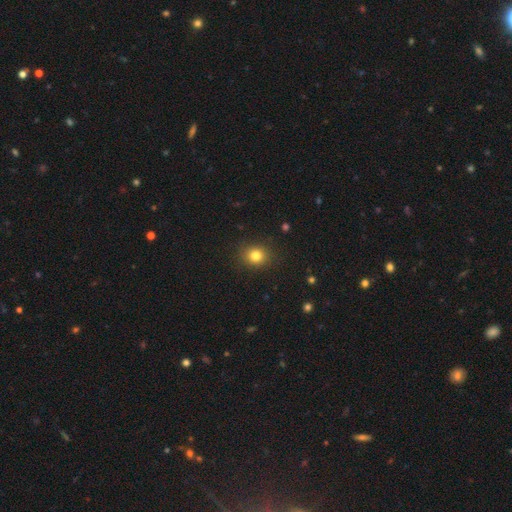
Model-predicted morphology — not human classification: Overall: smooth (81%). How rounded: round (75%). Merging: none (89%).